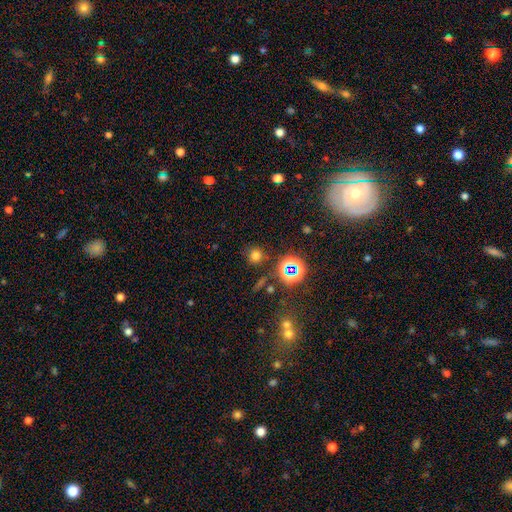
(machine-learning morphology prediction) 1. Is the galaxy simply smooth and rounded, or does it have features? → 66% smooth, 27% star or artifact, 7% featured or disk.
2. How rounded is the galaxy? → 92% round, 7% in between, 1% cigar-shaped.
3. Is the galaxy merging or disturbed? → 84% none, 9% minor disturbance, 4% merger, 4% major disturbance.